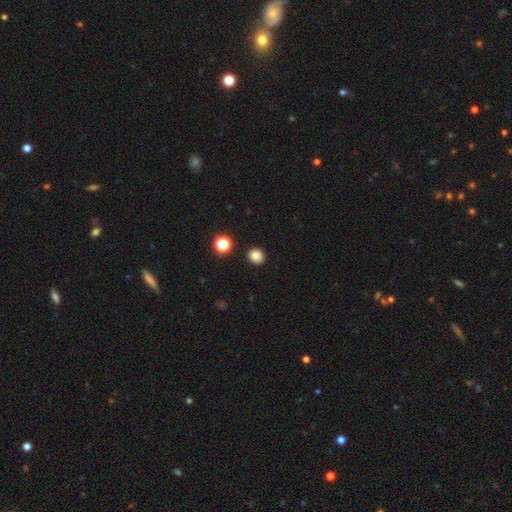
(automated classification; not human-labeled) Smooth or featured?
  - smooth: 84% *
  - star or artifact: 12%
  - featured or disk: 4%
How rounded?
  - round: 76% *
  - in between: 23%
  - cigar-shaped: 1%
Merging?
  - none: 89% *
  - minor disturbance: 7%
  - major disturbance: 2%
  - merger: 2%